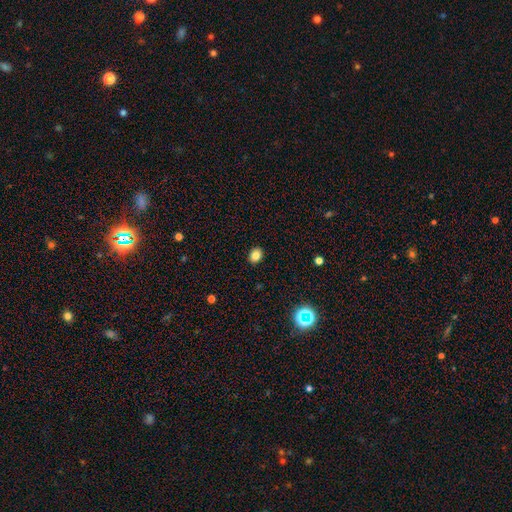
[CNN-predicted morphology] Overall: smooth (82%). How rounded: in between (56%; round 43%). Merging: none (90%).